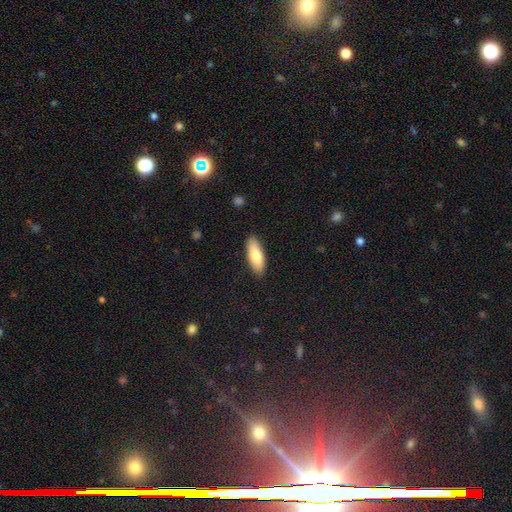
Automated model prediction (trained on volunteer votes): Morphology: type=smooth (78%); roundness=in between (63%); merging=none (89%).